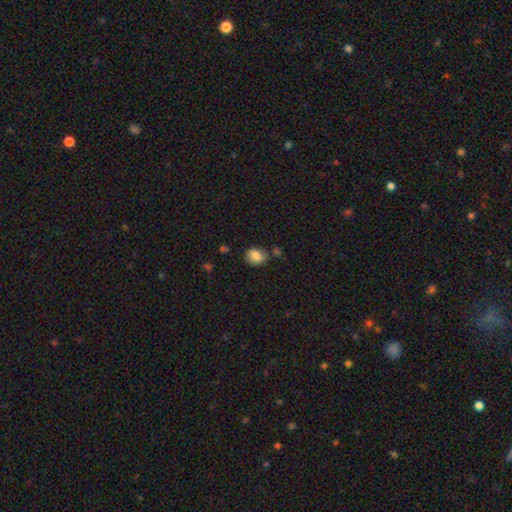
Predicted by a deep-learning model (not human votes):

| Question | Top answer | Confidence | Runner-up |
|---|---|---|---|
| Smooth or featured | smooth | 80% | featured or disk (11%) |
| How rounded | in between | 52% | round (47%) |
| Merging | none | 62% | minor disturbance (24%) |